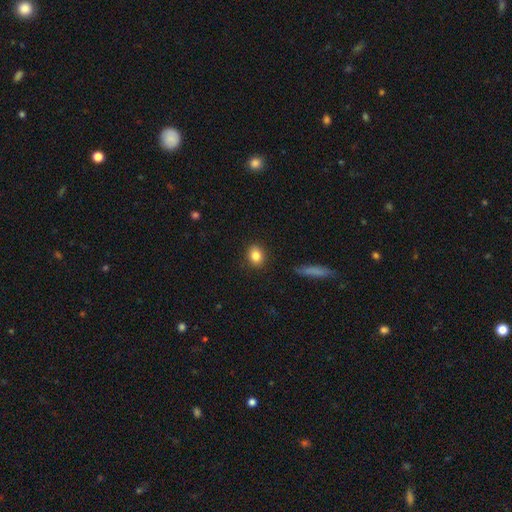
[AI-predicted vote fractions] Smooth or featured?
  - smooth: 84% *
  - star or artifact: 9%
  - featured or disk: 7%
How rounded?
  - round: 58% *
  - in between: 40%
  - cigar-shaped: 2%
Merging?
  - none: 89% *
  - minor disturbance: 8%
  - major disturbance: 2%
  - merger: 1%